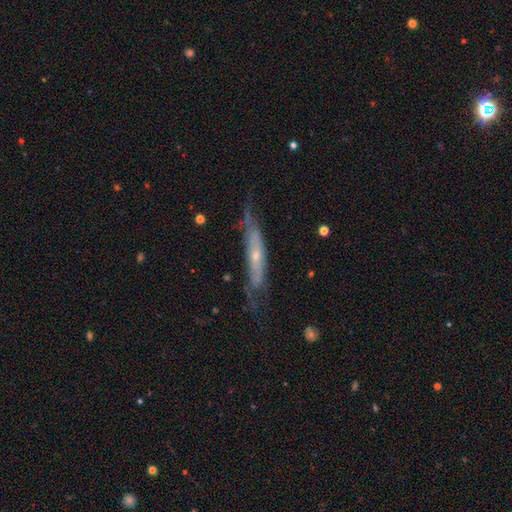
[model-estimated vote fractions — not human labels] Morphology: type=featured or disk (72%); edge-on=yes (56%); merging=none (56%).